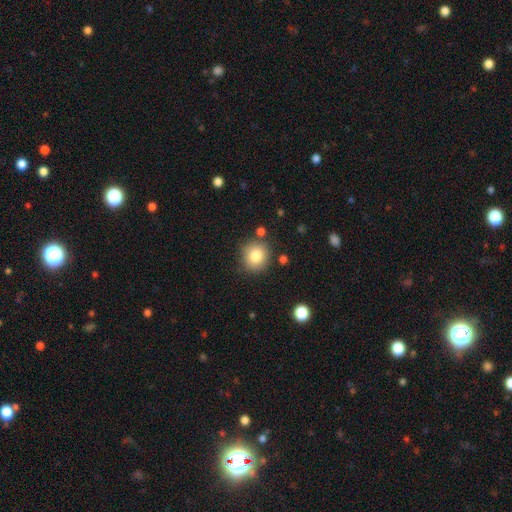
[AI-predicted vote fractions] Q: Smooth or featured?
A: smooth (83%); runner-up: star or artifact (10%)
Q: How rounded?
A: round (87%); runner-up: in between (12%)
Q: Merging?
A: none (83%); runner-up: minor disturbance (10%)